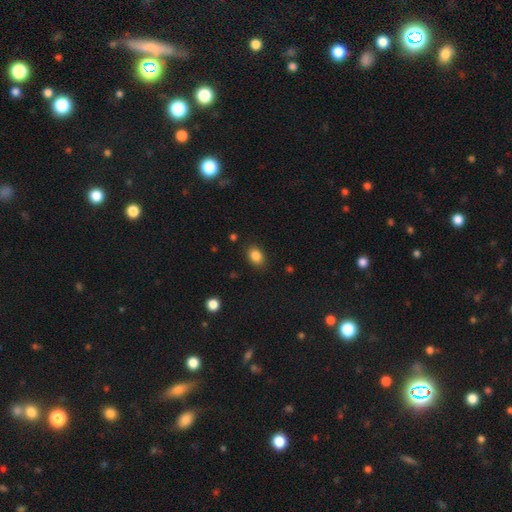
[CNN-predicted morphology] This is clearly a smooth galaxy (86%). How rounded: likely in between (71%). Merging: clearly none (85%).